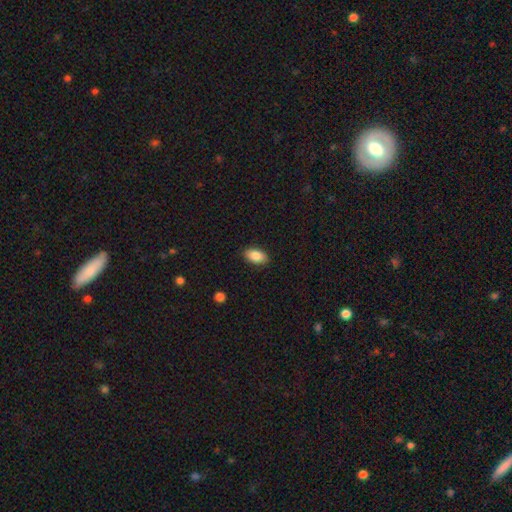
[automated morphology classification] Smooth or featured?
  - smooth: 87% *
  - star or artifact: 7%
  - featured or disk: 6%
How rounded?
  - in between: 93% *
  - round: 5%
  - cigar-shaped: 2%
Merging?
  - none: 88% *
  - minor disturbance: 9%
  - major disturbance: 2%
  - merger: 1%